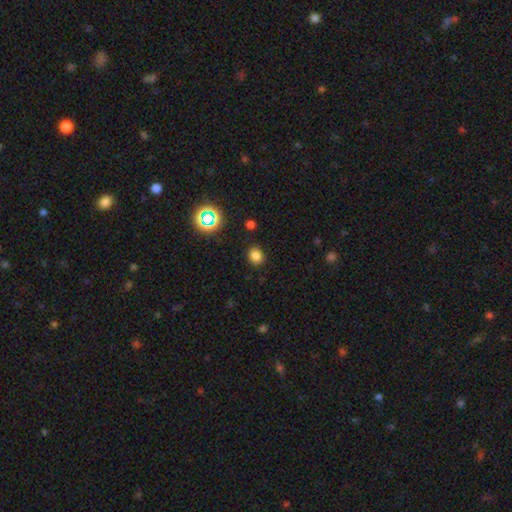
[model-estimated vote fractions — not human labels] smooth_or_featured: smooth (p=0.78) [alt: star or artifact p=0.17]
how_rounded: round (p=0.75) [alt: in between p=0.24]
merging: none (p=0.88) [alt: minor disturbance p=0.08]